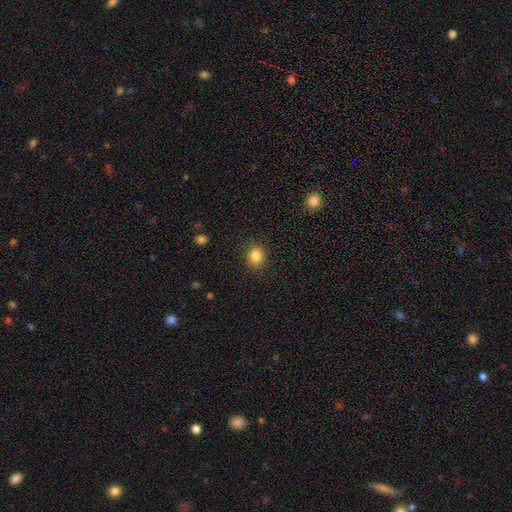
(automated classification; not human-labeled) This appears to be a smooth galaxy with no disk features (85%) that is round (69%). Merging: none (88%).